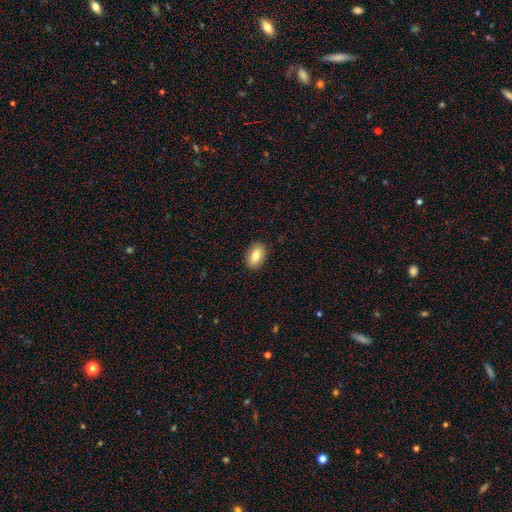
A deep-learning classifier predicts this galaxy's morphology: type=smooth (82%); roundness=in between (90%); merging=none (90%).